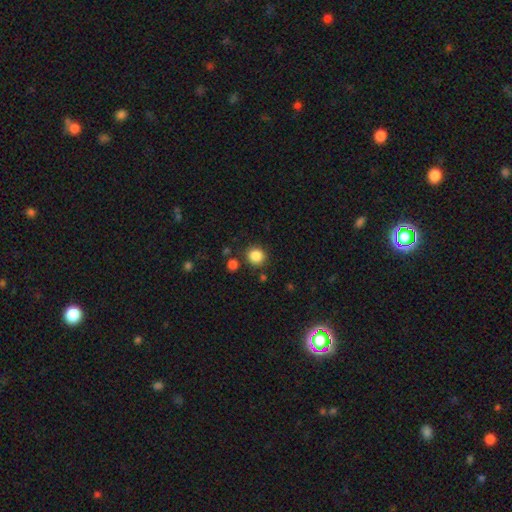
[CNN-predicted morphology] A smooth galaxy with no disk features (86%) that is round (89%). Merging: none (85%).